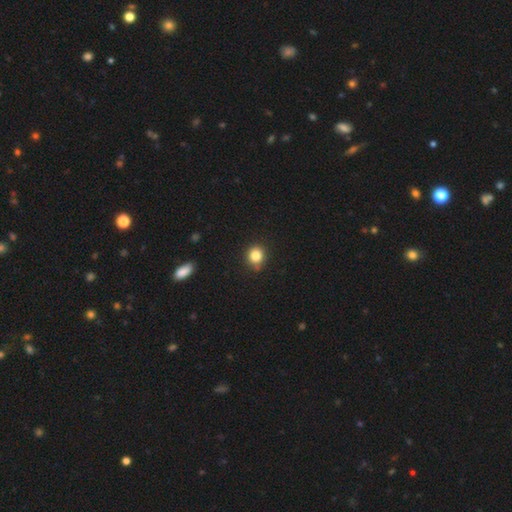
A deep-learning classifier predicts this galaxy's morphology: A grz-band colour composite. It shows a smooth galaxy with no disk features (84%) that is round (82%). Merging: none (83%).